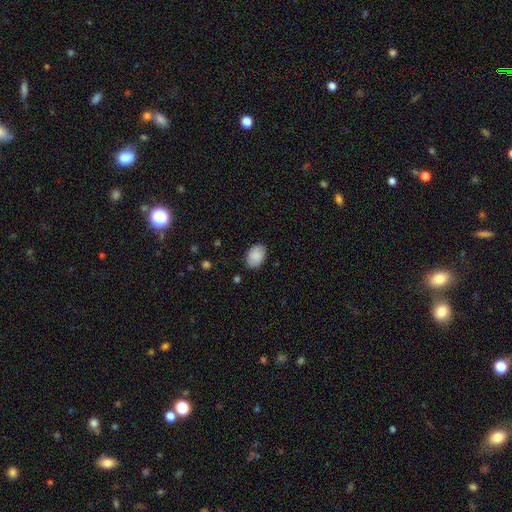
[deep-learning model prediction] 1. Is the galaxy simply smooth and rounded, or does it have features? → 89% smooth, 6% star or artifact, 5% featured or disk.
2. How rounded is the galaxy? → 85% in between, 14% round, 1% cigar-shaped.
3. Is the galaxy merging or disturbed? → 85% none, 12% minor disturbance, 3% major disturbance, 1% merger.